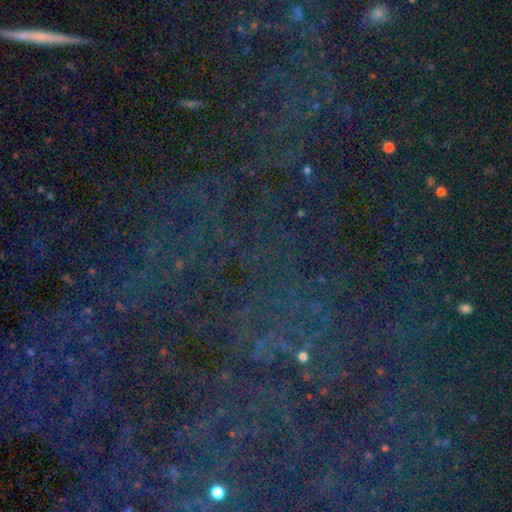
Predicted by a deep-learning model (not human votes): A star or artifact, not a galaxy (82%).

Vote fractions:
- Smooth or featured? star or artifact: 82% / smooth: 10% / featured or disk: 8%